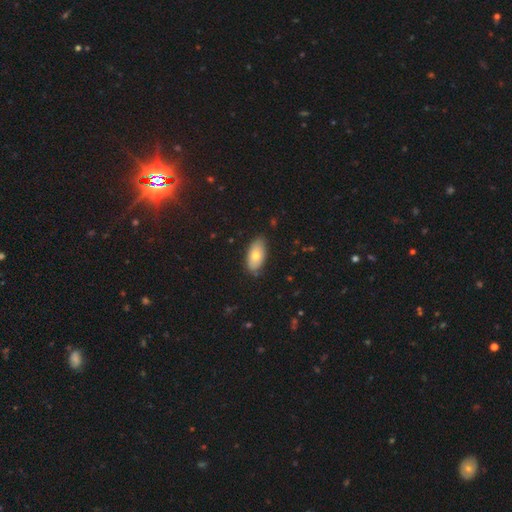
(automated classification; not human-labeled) Overall: smooth (72%). How rounded: in between (93%). Merging: none (82%).